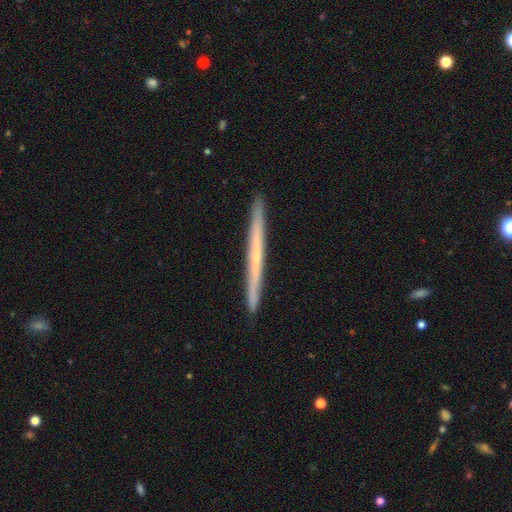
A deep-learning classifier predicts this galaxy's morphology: type=featured or disk (62%); edge-on=yes (97%); edge-on bulge=none (68%); merging=none (93%).